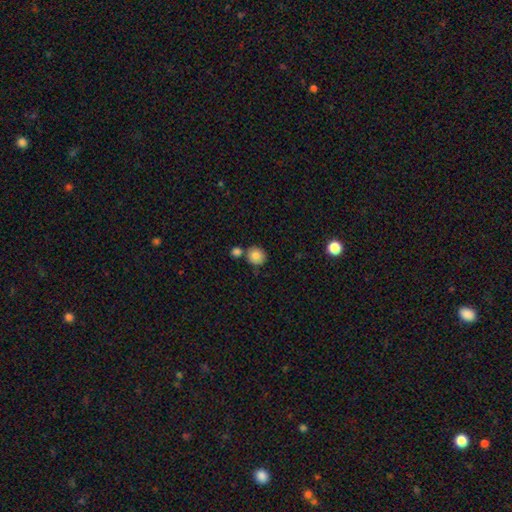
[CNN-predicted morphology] Smooth or featured?
  - smooth: 81% *
  - featured or disk: 9%
  - star or artifact: 9%
How rounded?
  - round: 90% *
  - in between: 9%
  - cigar-shaped: 1%
Merging?
  - none: 67% *
  - merger: 21%
  - minor disturbance: 9%
  - major disturbance: 3%